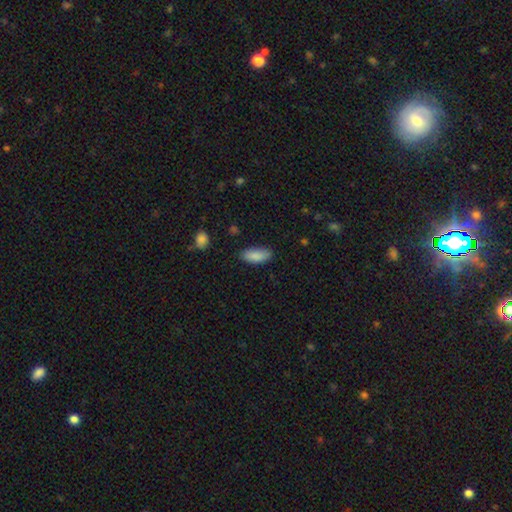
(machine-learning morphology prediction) A smooth galaxy with no disk features (88%) that is in between round and cigar-shaped (85%). Merging: none (82%).